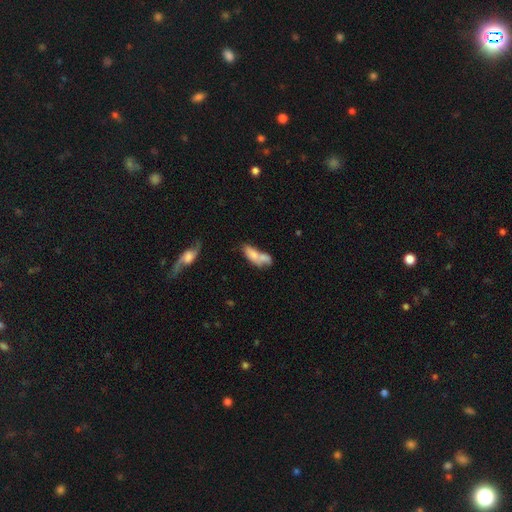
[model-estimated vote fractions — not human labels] smooth_or_featured: smooth (p=0.65) [alt: featured or disk p=0.26]
how_rounded: in between (p=0.76) [alt: cigar-shaped p=0.20]
merging: merger (p=0.55) [alt: none p=0.21]